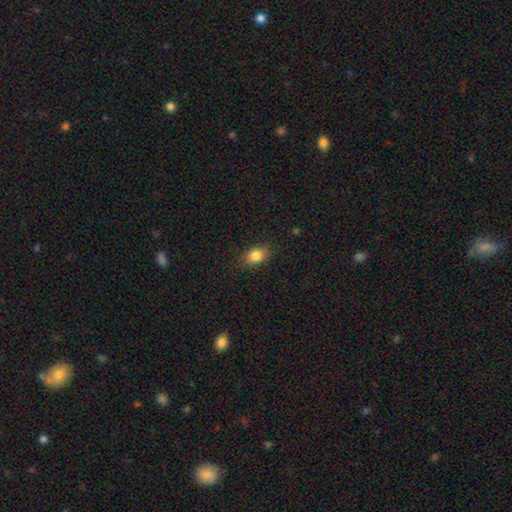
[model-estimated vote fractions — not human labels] This appears to be a smooth galaxy with no disk features (85%) that is in between round and cigar-shaped (73%). Merging: none (84%).